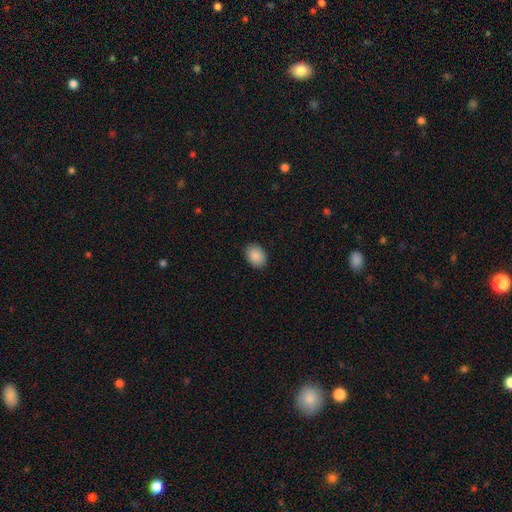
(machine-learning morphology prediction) Smooth or featured? smooth (89%)
How rounded? in between (71%)
Merging? none (89%)